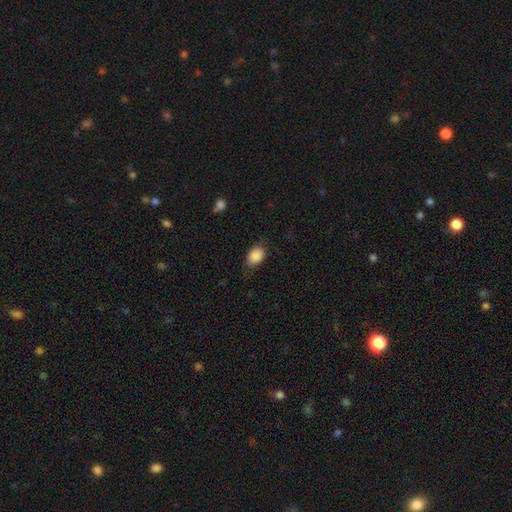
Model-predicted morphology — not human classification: Smooth or featured: smooth — 88% (star or artifact — 8%)
How rounded: in between — 74% (round — 25%)
Merging: none — 74% (minor disturbance — 20%)